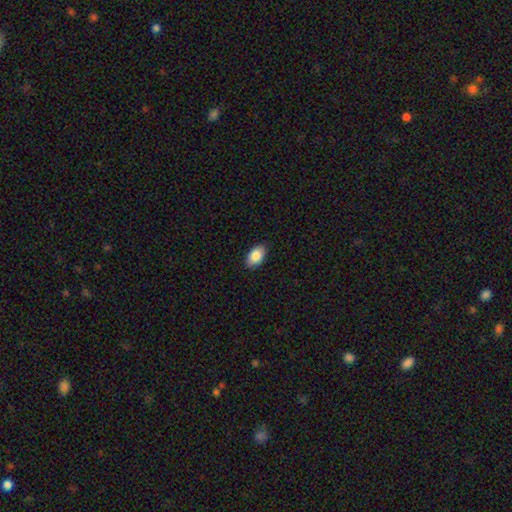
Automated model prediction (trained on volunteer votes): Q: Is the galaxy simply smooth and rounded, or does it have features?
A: smooth — 87%.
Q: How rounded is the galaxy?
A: in between — 93%.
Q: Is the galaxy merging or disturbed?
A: none — 88%.